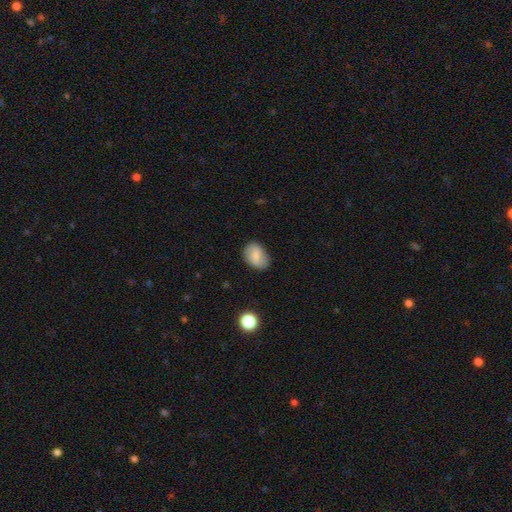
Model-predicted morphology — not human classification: Overall: smooth (76%). How rounded: in between (78%). Merging: none (78%).